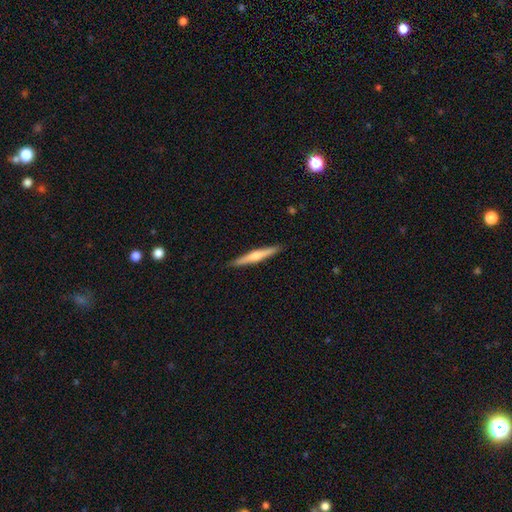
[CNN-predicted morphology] A featured or disk galaxy (59%) viewed edge-on (97%) with a rounded central bulge (83%). Merging: none (91%).